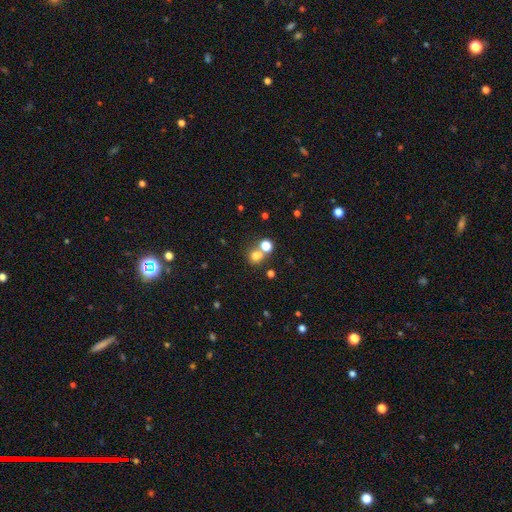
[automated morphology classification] Smooth or featured?
  - smooth: 71% *
  - star or artifact: 19%
  - featured or disk: 10%
How rounded?
  - round: 82% *
  - in between: 17%
  - cigar-shaped: 1%
Merging?
  - none: 51% *
  - merger: 38%
  - minor disturbance: 7%
  - major disturbance: 4%